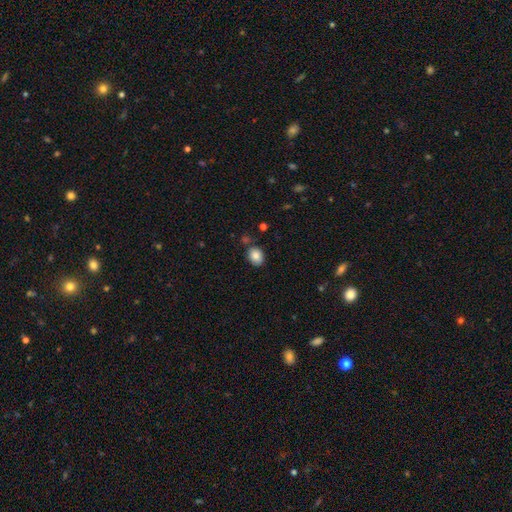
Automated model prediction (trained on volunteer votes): Overall: smooth (85%). How rounded: in between (56%; round 43%). Merging: none (79%).